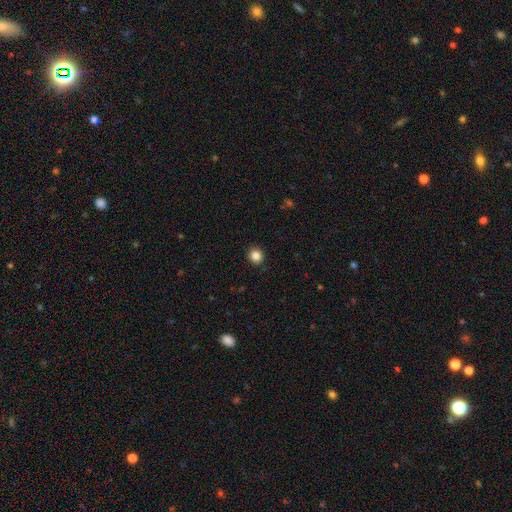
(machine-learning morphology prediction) This appears to be a smooth galaxy with no disk features (85%) that is round (89%). Merging: none (92%).